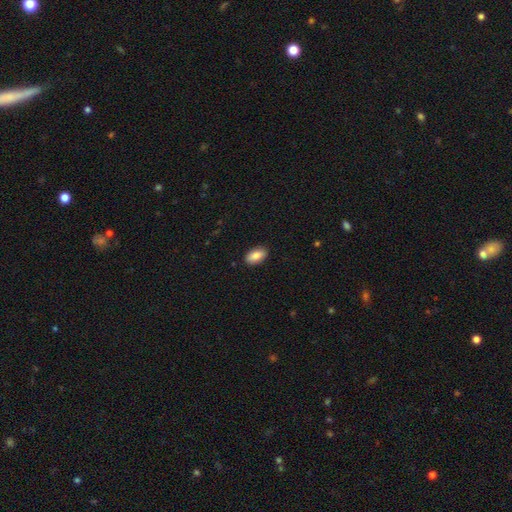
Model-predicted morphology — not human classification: Overall: smooth (86%). How rounded: in between (93%). Merging: none (89%).